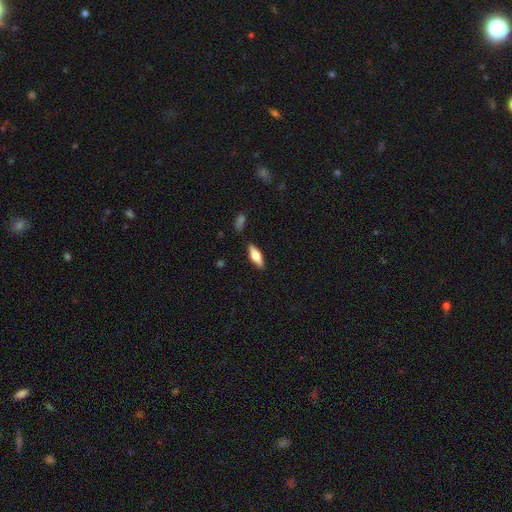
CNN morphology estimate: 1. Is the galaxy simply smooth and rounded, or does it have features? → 59% smooth, 35% featured or disk, 6% star or artifact.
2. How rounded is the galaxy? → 60% in between, 37% cigar-shaped, 2% round.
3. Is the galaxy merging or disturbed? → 87% none, 10% minor disturbance, 2% major disturbance, 2% merger.